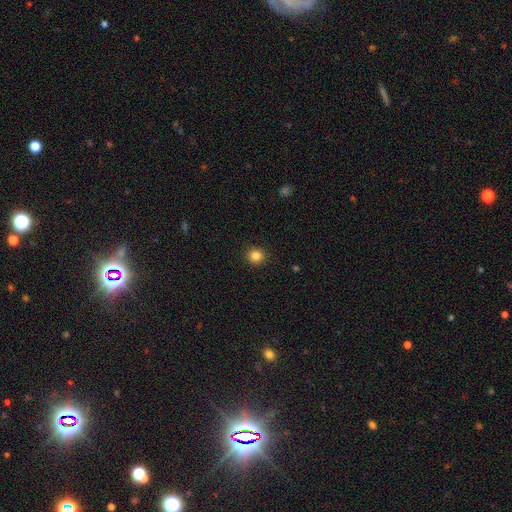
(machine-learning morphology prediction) Smooth or featured? smooth (85%)
How rounded? round (92%)
Merging? none (92%)